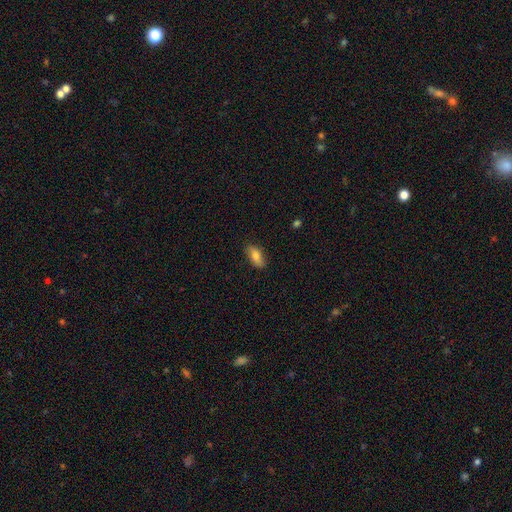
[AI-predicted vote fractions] Smooth or featured: smooth — 74% (featured or disk — 20%)
How rounded: in between — 85% (cigar-shaped — 11%)
Merging: none — 84% (minor disturbance — 13%)